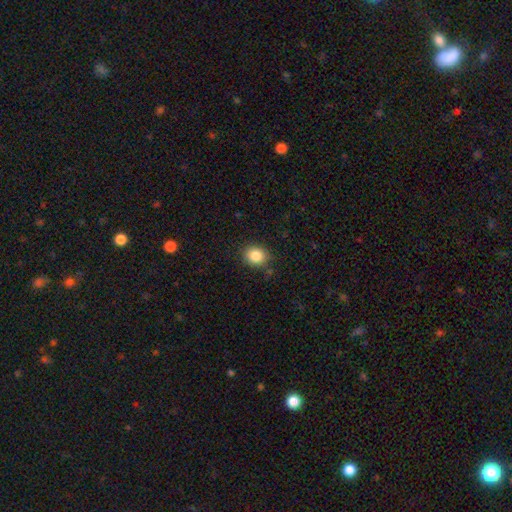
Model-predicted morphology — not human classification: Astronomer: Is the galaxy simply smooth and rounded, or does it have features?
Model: smooth — 85%.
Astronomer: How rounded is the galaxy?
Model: round — 73%.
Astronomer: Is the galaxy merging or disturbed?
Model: none — 83%.